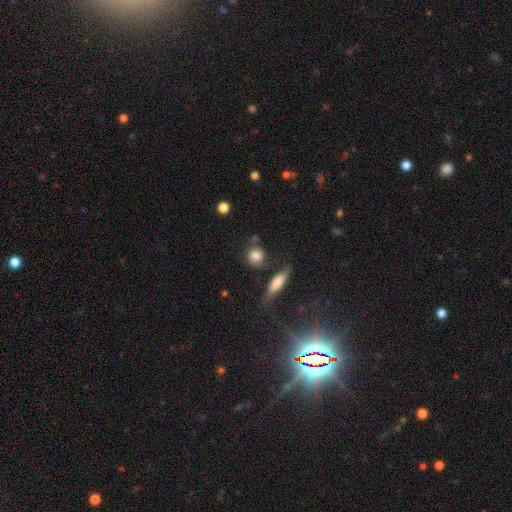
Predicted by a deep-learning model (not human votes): Smooth or featured: smooth — 80% (featured or disk — 10%)
How rounded: round — 71% (in between — 25%)
Merging: none — 63% (minor disturbance — 18%)